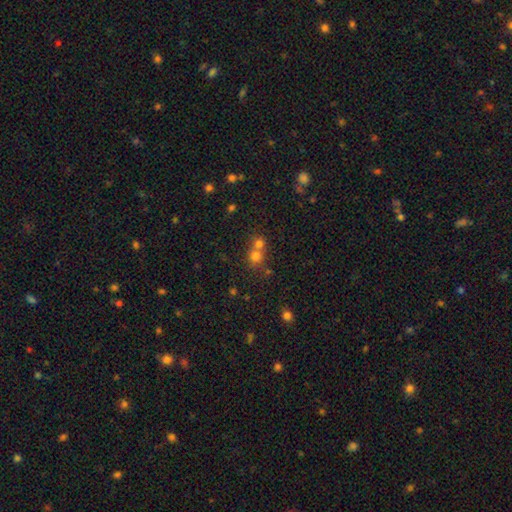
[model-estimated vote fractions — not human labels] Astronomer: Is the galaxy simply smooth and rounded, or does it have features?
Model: smooth — 72%.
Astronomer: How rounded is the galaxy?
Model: round — 84%.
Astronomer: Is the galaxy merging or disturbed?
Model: merger — 52% (runner-up: none, 40%).